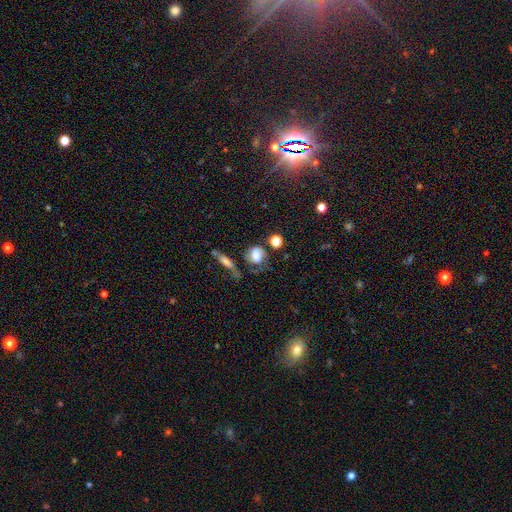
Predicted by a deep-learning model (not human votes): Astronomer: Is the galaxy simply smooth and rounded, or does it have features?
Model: smooth — 56% (runner-up: featured or disk, 32%).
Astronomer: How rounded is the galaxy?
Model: round — 55% (runner-up: in between, 42%).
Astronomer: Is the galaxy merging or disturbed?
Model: none — 46% (runner-up: minor disturbance, 23%).